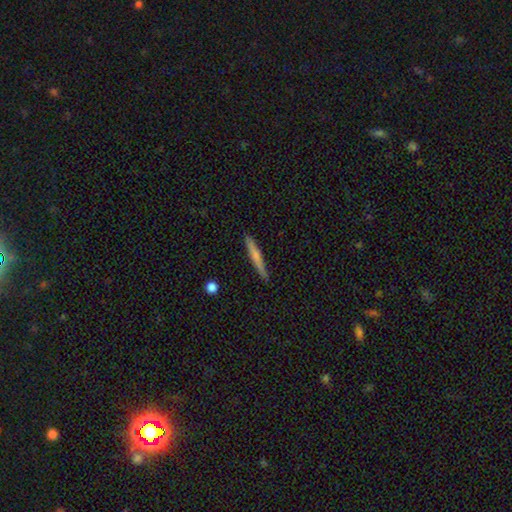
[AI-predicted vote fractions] smooth-or-featured: smooth: 63% | featured or disk: 31% | star or artifact: 6%
  how-rounded: cigar-shaped: 94% | in between: 4% | round: 2%
  merging: none: 87% | minor disturbance: 10% | major disturbance: 2% | merger: 1%